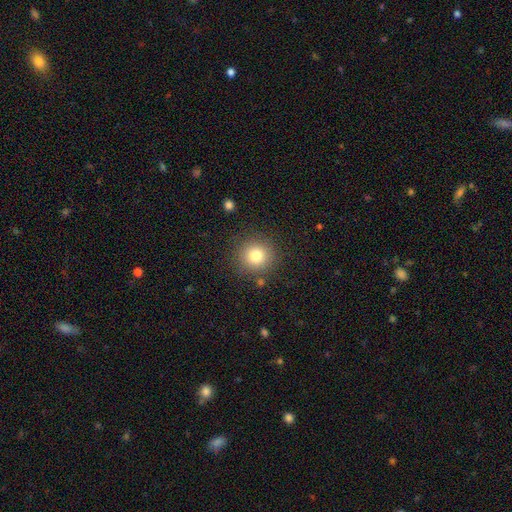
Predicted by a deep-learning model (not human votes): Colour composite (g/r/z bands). It shows a smooth galaxy with no disk features (79%) that is round (93%). Merging: none (87%).